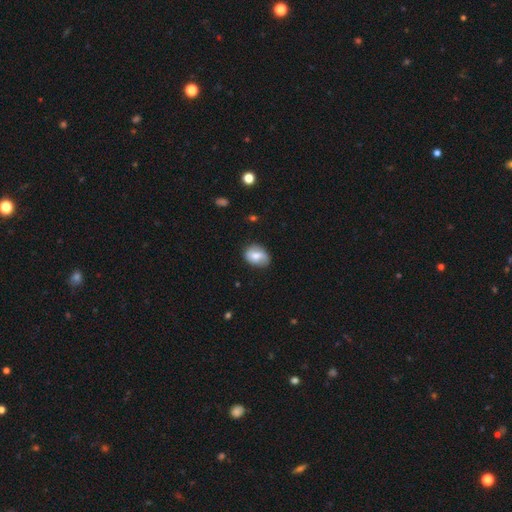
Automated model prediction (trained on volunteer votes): smooth 64%, featured or disk 28%, star or artifact 8%. Down the decision tree: how rounded — in between (71%); merging — none (67%).